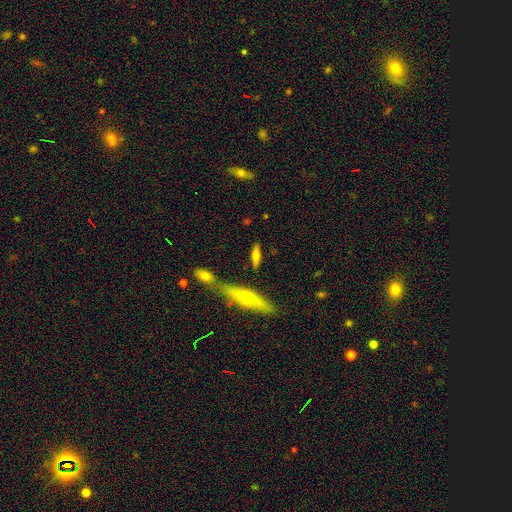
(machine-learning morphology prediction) Q: Smooth or featured?
A: smooth (53%); runner-up: featured or disk (39%)
Q: How rounded?
A: cigar-shaped (61%); runner-up: in between (35%)
Q: Merging?
A: none (72%); runner-up: merger (12%)